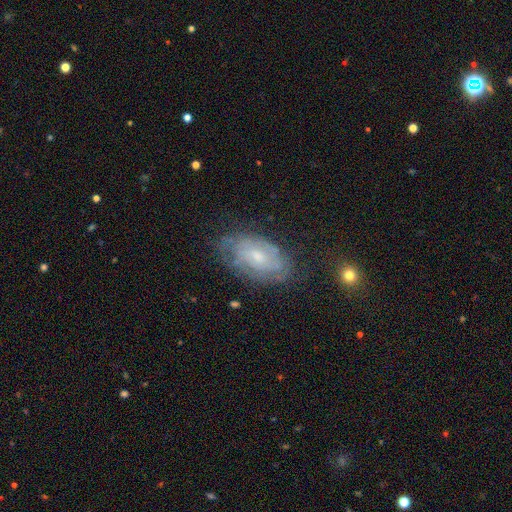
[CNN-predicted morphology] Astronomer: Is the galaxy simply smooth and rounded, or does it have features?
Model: featured or disk — 70%.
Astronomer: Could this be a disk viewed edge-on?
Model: no — 94%.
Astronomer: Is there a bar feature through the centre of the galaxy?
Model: no — 60%.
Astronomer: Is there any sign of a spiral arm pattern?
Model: yes — 87%.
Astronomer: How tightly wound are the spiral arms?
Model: tight — 64%.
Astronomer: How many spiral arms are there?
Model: can't tell — 50% (runner-up: 2, 26%).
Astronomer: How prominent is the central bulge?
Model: small — 56% (runner-up: moderate, 37%).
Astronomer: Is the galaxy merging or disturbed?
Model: none — 71%.